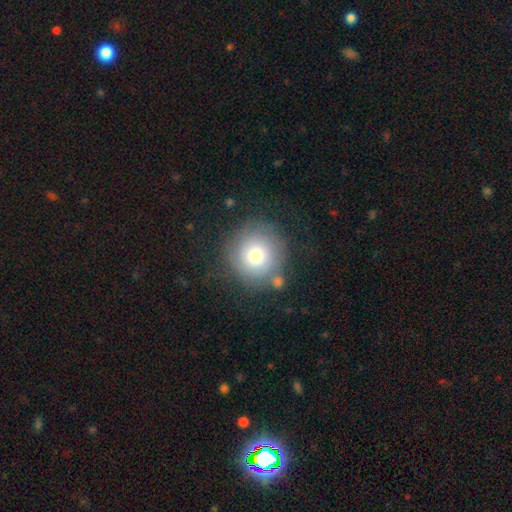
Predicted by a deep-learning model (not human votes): Smooth or featured?
  - smooth: 75% *
  - featured or disk: 15%
  - star or artifact: 10%
How rounded?
  - round: 95% *
  - in between: 4%
  - cigar-shaped: 1%
Merging?
  - none: 75% *
  - minor disturbance: 13%
  - merger: 7%
  - major disturbance: 5%